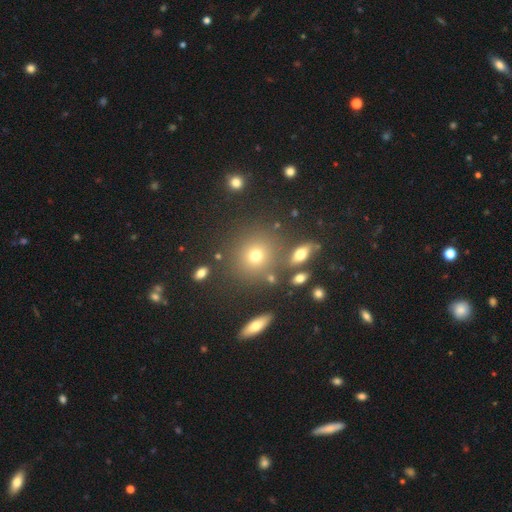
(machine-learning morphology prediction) The model was most divided on "smooth or featured": smooth: 69%, star or artifact: 18%, featured or disk: 13%. More confident: how rounded — round (85%); merging — none (79%).